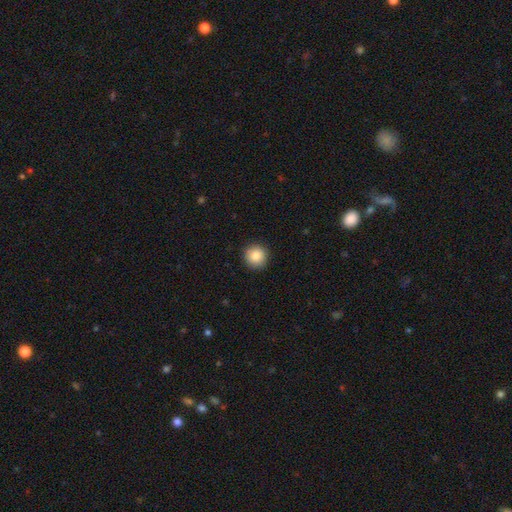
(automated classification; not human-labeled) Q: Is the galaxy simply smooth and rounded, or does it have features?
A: smooth — 85%.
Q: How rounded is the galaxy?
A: round — 94%.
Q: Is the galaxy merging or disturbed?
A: none — 92%.